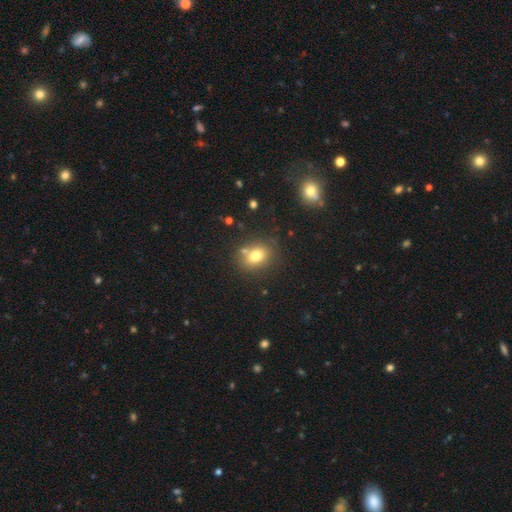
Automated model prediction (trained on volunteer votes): Smooth or featured? Predicted: smooth (p=0.76). How rounded? Predicted: in between (p=0.58). Merging? Predicted: none (p=0.72).